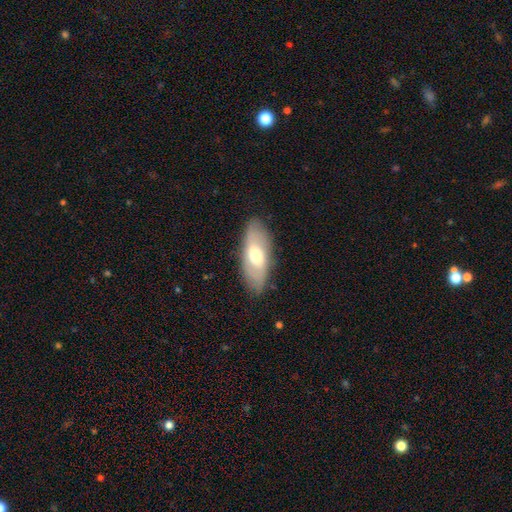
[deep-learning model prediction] The model was most divided on "smooth or featured": smooth: 52%, featured or disk: 42%, star or artifact: 6%. More confident: merging — none (82%); how rounded — in between (79%).